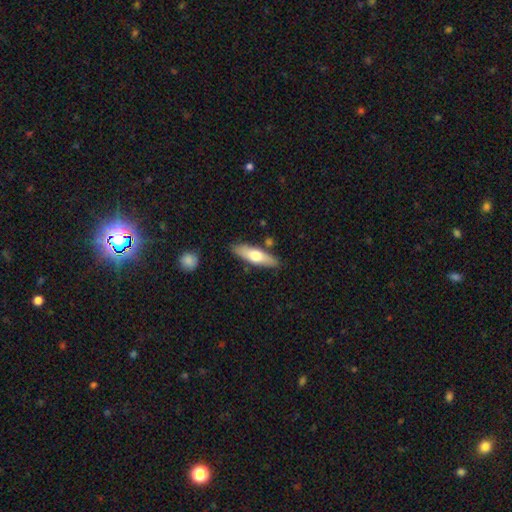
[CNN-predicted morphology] The model was most divided on "smooth or featured": smooth: 57%, featured or disk: 38%, star or artifact: 5%. More confident: merging — none (84%); how rounded — cigar-shaped (62%).